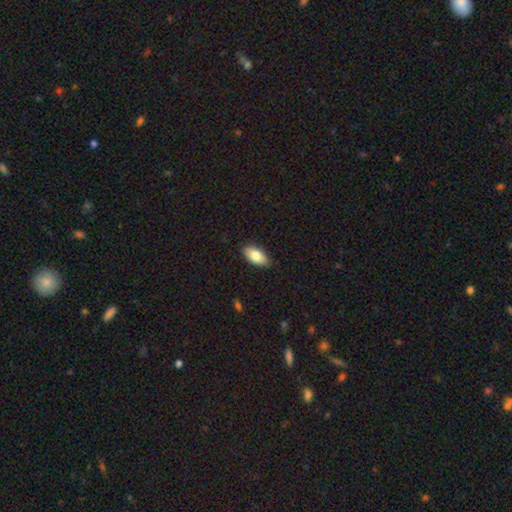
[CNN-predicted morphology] This appears to be a smooth galaxy with no disk features (81%) that is in between round and cigar-shaped (92%). Merging: none (87%).